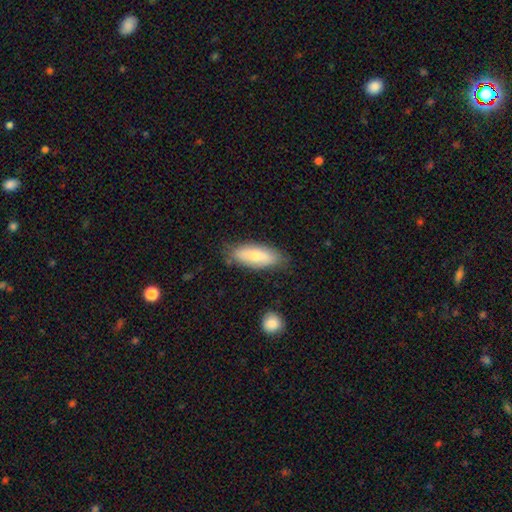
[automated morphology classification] A smooth galaxy with no disk features (72%) that is in between round and cigar-shaped (75%).

Vote fractions:
- Smooth or featured? smooth: 72% / featured or disk: 22% / star or artifact: 6%
- How rounded? in between: 75% / cigar-shaped: 23% / round: 2%
- Merging? none: 76% / minor disturbance: 18% / major disturbance: 4% / merger: 2%